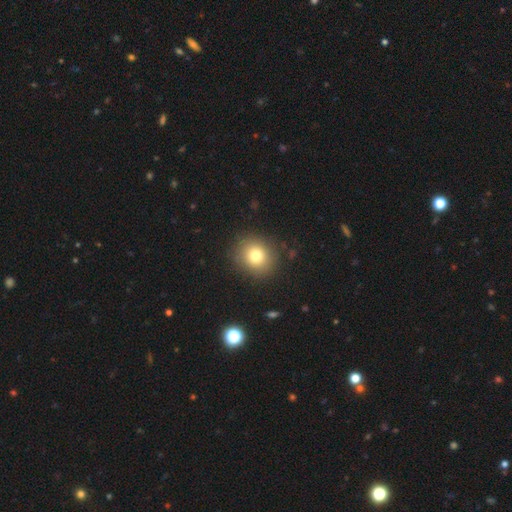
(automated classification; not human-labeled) Overall: smooth (78%). How rounded: round (82%). Merging: none (88%).